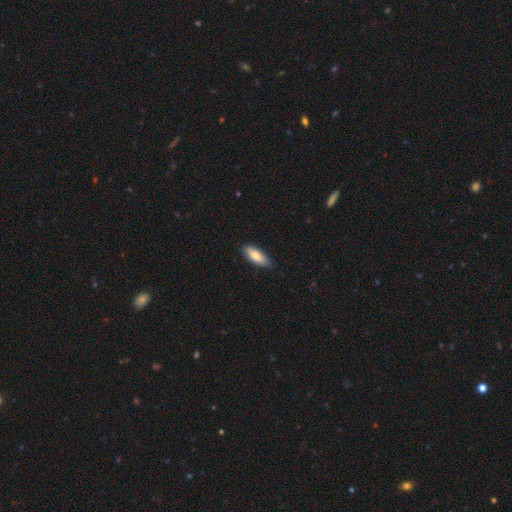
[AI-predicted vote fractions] smooth-or-featured: smooth: 81% | featured or disk: 13% | star or artifact: 6%
  how-rounded: in between: 75% | cigar-shaped: 23% | round: 2%
  merging: none: 84% | minor disturbance: 13% | major disturbance: 2% | merger: 1%